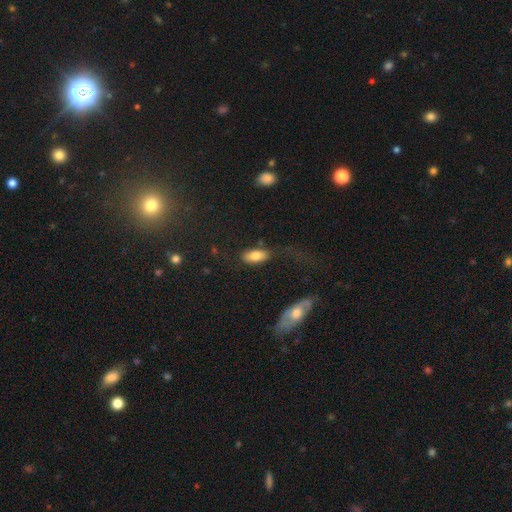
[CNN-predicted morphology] A smooth galaxy with no disk features (80%) that is in between round and cigar-shaped (88%).

Vote fractions:
- Smooth or featured? smooth: 80% / featured or disk: 13% / star or artifact: 7%
- How rounded? in between: 88% / cigar-shaped: 9% / round: 3%
- Merging? none: 72% / minor disturbance: 16% / major disturbance: 8% / merger: 4%